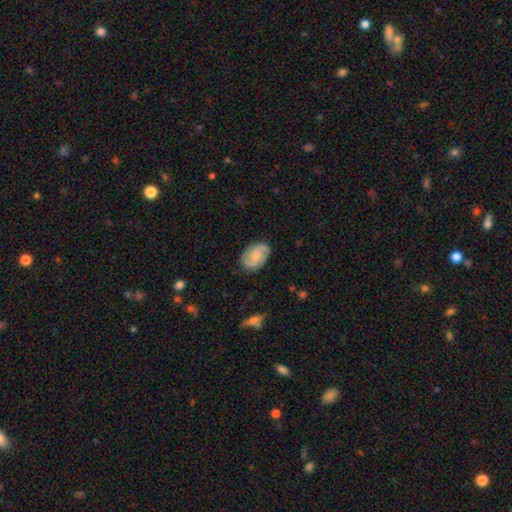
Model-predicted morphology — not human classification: smooth_or_featured: featured or disk (p=0.67) [alt: smooth p=0.26]
disk_edge_on: no (p=0.97) [alt: yes p=0.03]
bar: no (p=0.62) [alt: weak p=0.34]
has_spiral_arms: yes (p=0.95) [alt: no p=0.05]
spiral_winding: medium (p=0.47) [alt: loose p=0.28]
spiral_arm_count: 2 (p=0.62) [alt: 3 p=0.21]
bulge_size: small (p=0.40) [alt: none p=0.33]
merging: none (p=0.81) [alt: minor disturbance p=0.14]